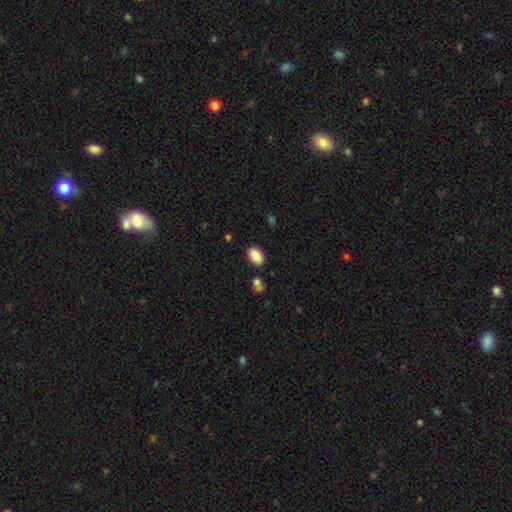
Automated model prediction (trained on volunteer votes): This appears to be a smooth galaxy with no disk features (88%) that is in between round and cigar-shaped (87%). Merging: none (82%).